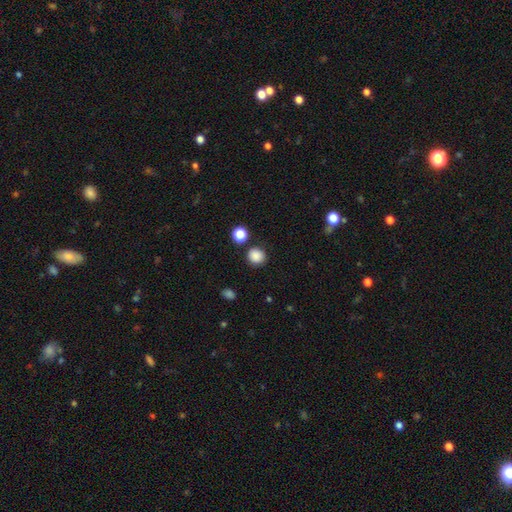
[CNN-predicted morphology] Overall: smooth (86%). How rounded: round (87%). Merging: none (84%).